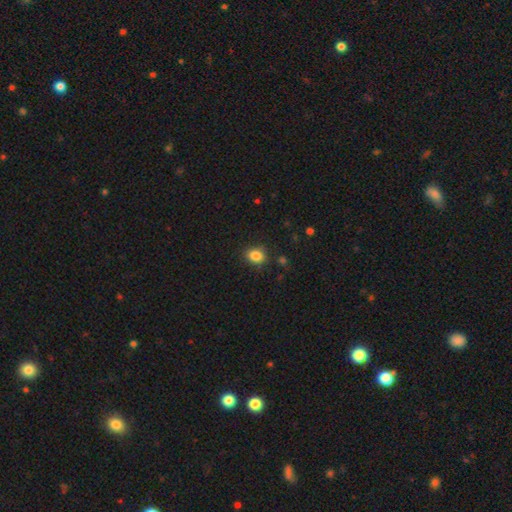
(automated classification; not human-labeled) smooth 85%, star or artifact 10%, featured or disk 4%. Down the decision tree: how rounded — in between (50%); merging — none (85%).